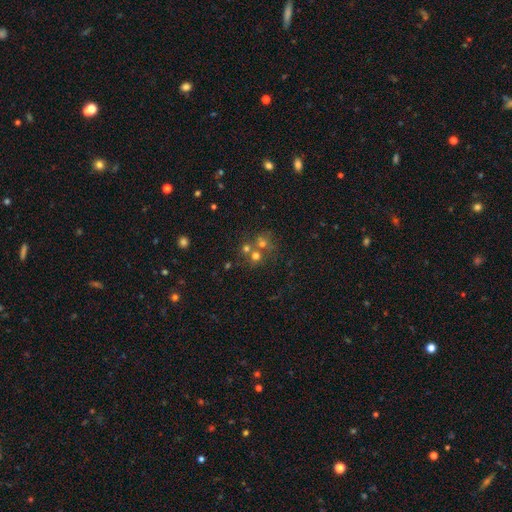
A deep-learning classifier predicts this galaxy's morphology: Smooth or featured?
  - smooth: 58% *
  - star or artifact: 24%
  - featured or disk: 18%
How rounded?
  - round: 84% *
  - in between: 15%
  - cigar-shaped: 1%
Merging?
  - none: 48% *
  - merger: 41%
  - minor disturbance: 7%
  - major disturbance: 4%